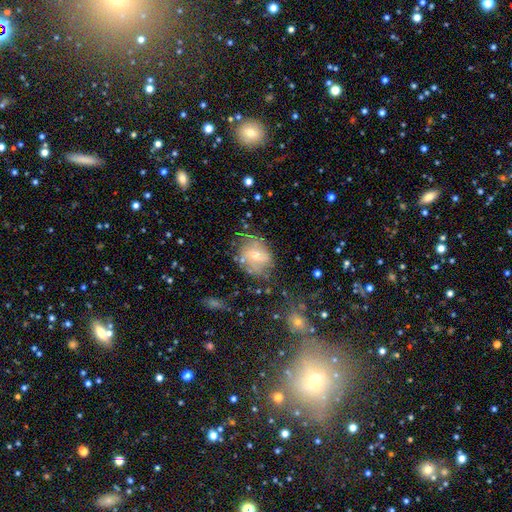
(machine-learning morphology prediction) A featured or disk galaxy (56%) with no bar (57%), spiral arms (65%) and a moderate central bulge (48%). Merging: none (56%).